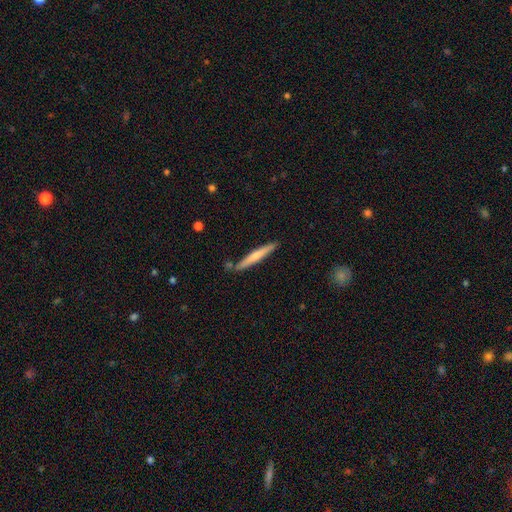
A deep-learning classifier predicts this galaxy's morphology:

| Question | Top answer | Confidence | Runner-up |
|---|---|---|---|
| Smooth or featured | smooth | 56% | featured or disk (39%) |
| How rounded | cigar-shaped | 96% | in between (3%) |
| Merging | none | 84% | minor disturbance (10%) |